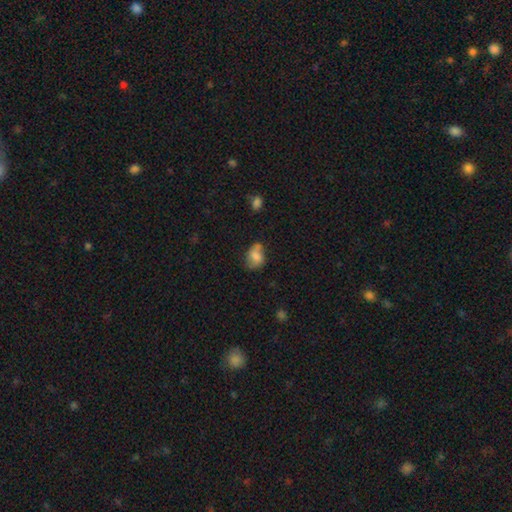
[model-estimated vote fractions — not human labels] This appears to be a smooth galaxy with no disk features (73%) that is in between round and cigar-shaped (68%). Merging: none (41%).